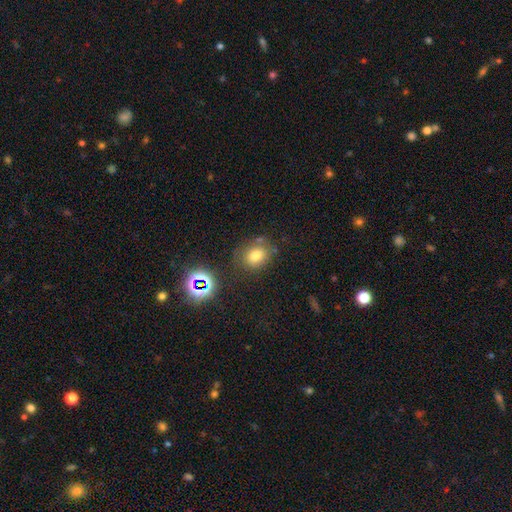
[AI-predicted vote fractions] Morphology: type=smooth (72%); roundness=round (57%); merging=none (72%).